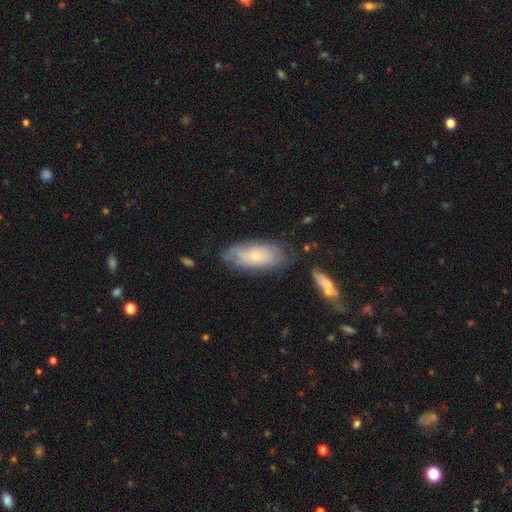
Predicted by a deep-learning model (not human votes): Morphology: type=smooth (49%); merging=none (63%).